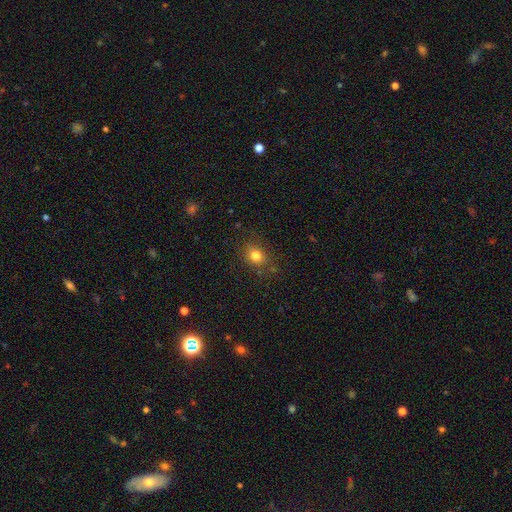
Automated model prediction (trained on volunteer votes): smooth 80%, star or artifact 13%, featured or disk 7%. Down the decision tree: how rounded — round (62%); merging — none (83%).